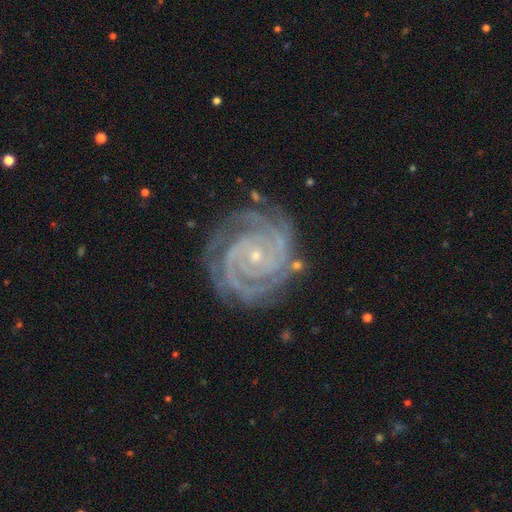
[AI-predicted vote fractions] This appears to be a featured or disk galaxy (92%) with no bar (70%), 2 (41%) tight (85%) spiral arms (99%) and a small central bulge (83%). Merging: none (78%).